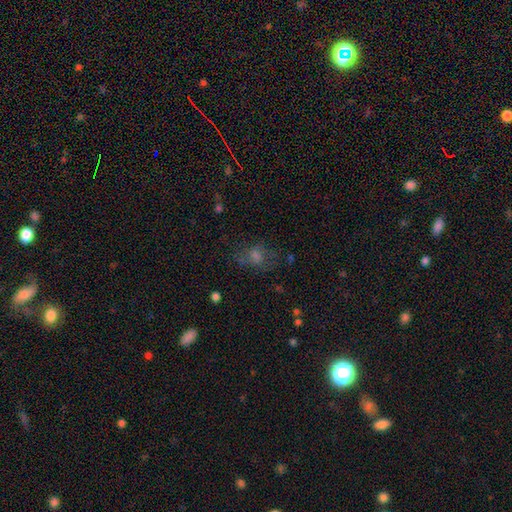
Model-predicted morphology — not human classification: The model was most divided on "smooth or featured": smooth: 40%, star or artifact: 32%, featured or disk: 27%. More confident: merging — none (61%).